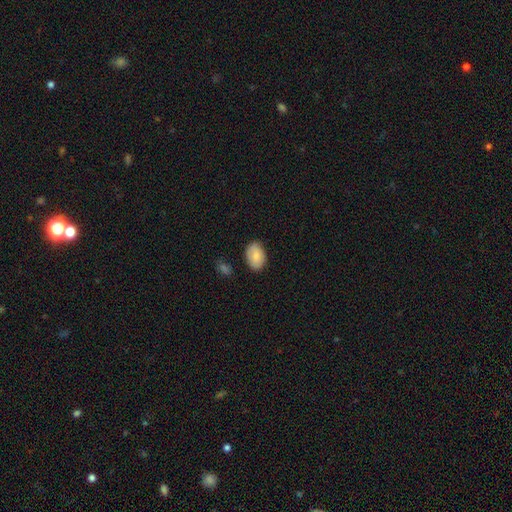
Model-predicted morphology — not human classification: A smooth galaxy with no disk features (84%) that is in between round and cigar-shaped (89%).

Vote fractions:
- Smooth or featured? smooth: 84% / featured or disk: 9% / star or artifact: 6%
- How rounded? in between: 89% / round: 9% / cigar-shaped: 1%
- Merging? none: 80% / minor disturbance: 15% / major disturbance: 3% / merger: 2%